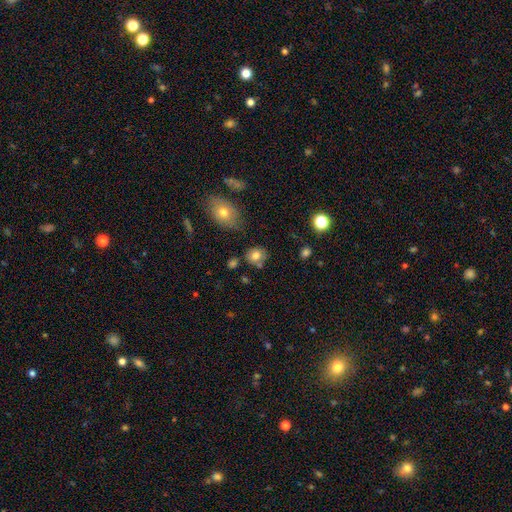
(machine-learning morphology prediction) This appears to be a smooth galaxy with no disk features (79%) that is round (69%). Merging: none (72%).